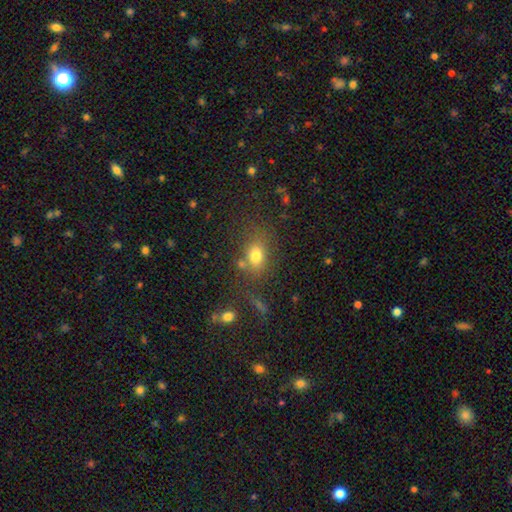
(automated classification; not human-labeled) This is likely a smooth galaxy (75%). How rounded: likely in between (67%). Merging: likely none (66%).